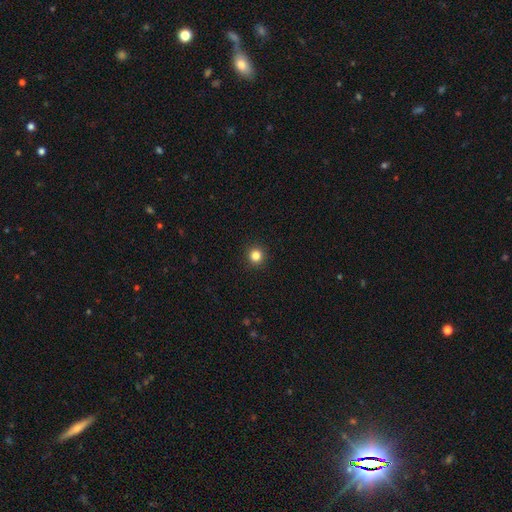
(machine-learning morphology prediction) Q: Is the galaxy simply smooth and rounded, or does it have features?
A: smooth — 83%.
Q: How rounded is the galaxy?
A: round — 95%.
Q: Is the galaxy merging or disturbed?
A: none — 93%.